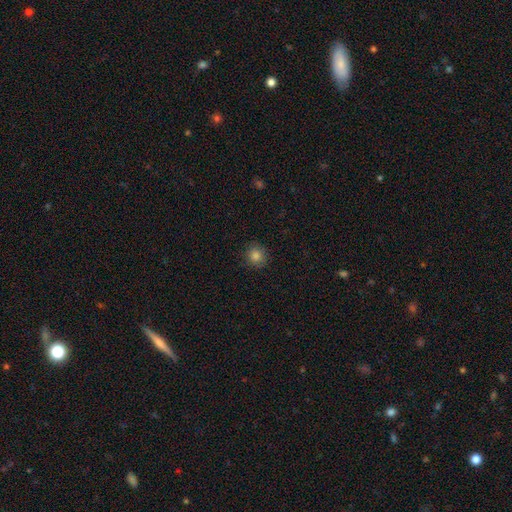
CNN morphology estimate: A smooth galaxy with no disk features (83%) that is round (91%).

Vote fractions:
- Smooth or featured? smooth: 83% / star or artifact: 12% / featured or disk: 5%
- How rounded? round: 91% / in between: 8% / cigar-shaped: 1%
- Merging? none: 89% / minor disturbance: 8% / major disturbance: 2% / merger: 1%